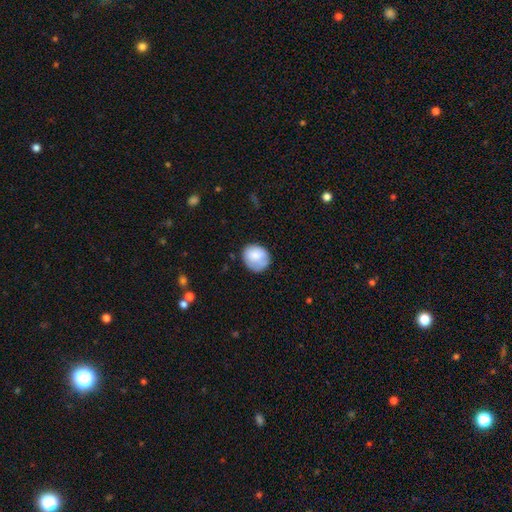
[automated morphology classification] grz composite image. It shows a smooth galaxy with no disk features (79%) that is round (70%). Merging: none (63%).